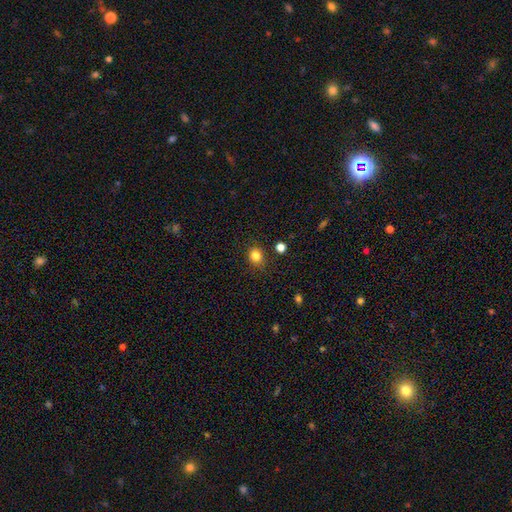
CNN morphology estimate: Smooth or featured? Predicted: smooth (p=0.82). How rounded? Predicted: round (p=0.72). Merging? Predicted: none (p=0.86).